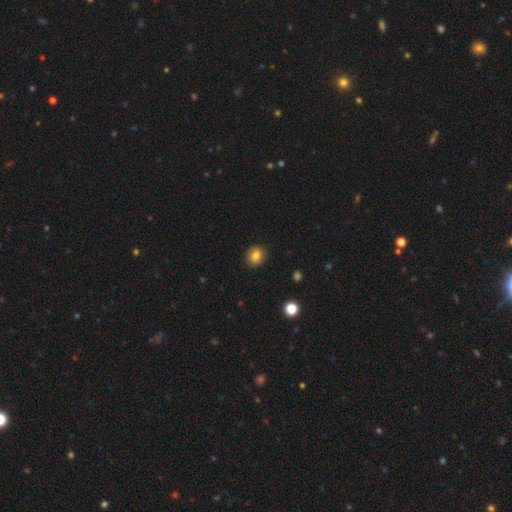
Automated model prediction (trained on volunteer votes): This appears to be a smooth galaxy with no disk features (82%) that is round (71%). Merging: none (89%).